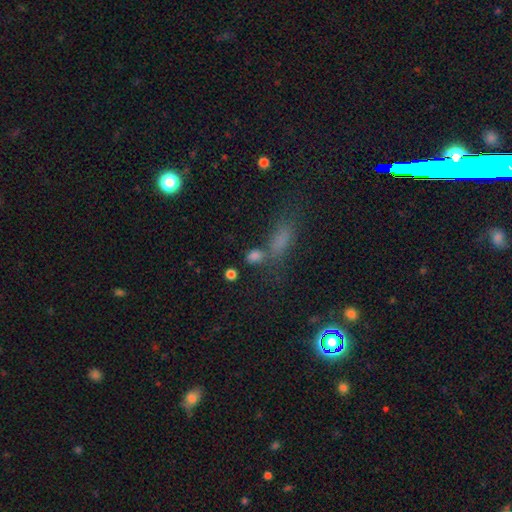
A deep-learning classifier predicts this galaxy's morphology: type=smooth (68%); roundness=in between (62%); merging=none (50%).